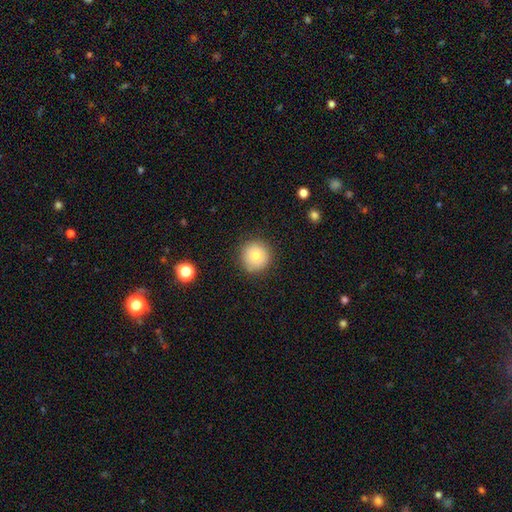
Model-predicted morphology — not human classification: smooth-or-featured: smooth: 81% | featured or disk: 10% | star or artifact: 9%
  how-rounded: round: 95% | in between: 4% | cigar-shaped: 1%
  merging: none: 88% | minor disturbance: 9% | major disturbance: 2% | merger: 1%